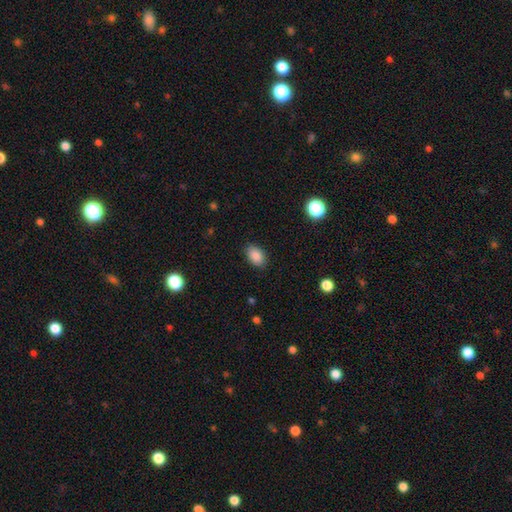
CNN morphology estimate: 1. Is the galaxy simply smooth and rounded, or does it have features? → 88% smooth, 8% star or artifact, 4% featured or disk.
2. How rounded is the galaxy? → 86% in between, 12% round, 1% cigar-shaped.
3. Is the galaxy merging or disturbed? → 87% none, 10% minor disturbance, 2% major disturbance, 1% merger.